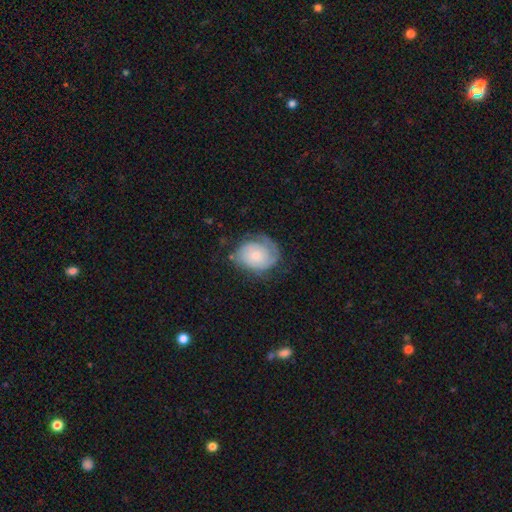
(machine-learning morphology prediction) A featured or disk galaxy (55%) with no bar (81%), spiral arms (84%) and a small central bulge (56%).

Vote fractions:
- Smooth or featured? featured or disk: 55% / smooth: 39% / star or artifact: 7%
- Edge-on disk? no: 97% / yes: 3%
- Bar? no: 81% / weak: 17% / strong: 3%
- Spiral arms? yes: 84% / no: 16%
- Bulge size? small: 56% / moderate: 32% / large: 5% / none: 5% / dominant: 2%
- Merging? none: 55% / minor disturbance: 28% / major disturbance: 15% / merger: 2%